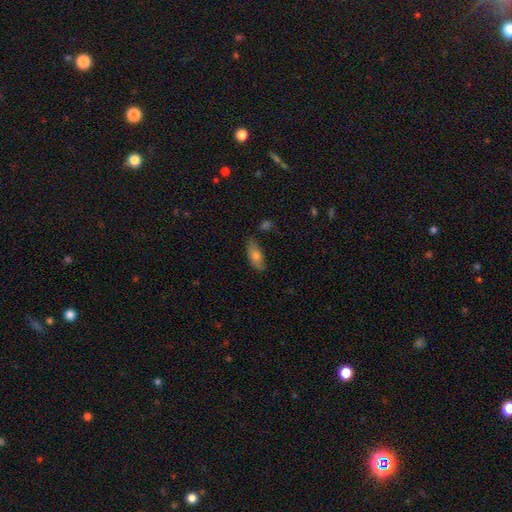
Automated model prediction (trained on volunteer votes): This appears to be a smooth galaxy with no disk features (70%) that is in between round and cigar-shaped (82%). Merging: none (71%).